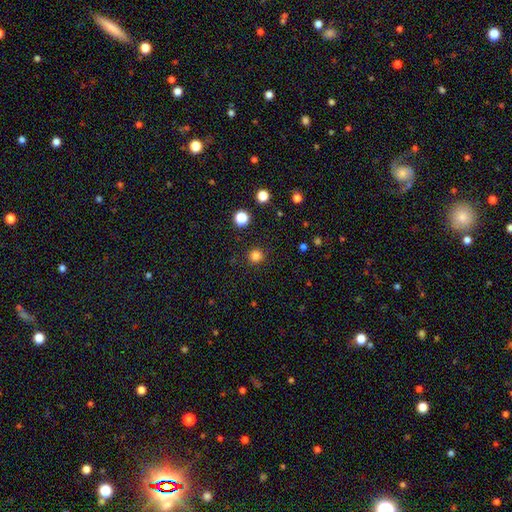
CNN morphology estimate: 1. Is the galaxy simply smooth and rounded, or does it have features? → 83% smooth, 14% star or artifact, 3% featured or disk.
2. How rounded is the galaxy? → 94% round, 5% in between, 1% cigar-shaped.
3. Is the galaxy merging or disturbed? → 92% none, 5% minor disturbance, 2% major disturbance, 1% merger.